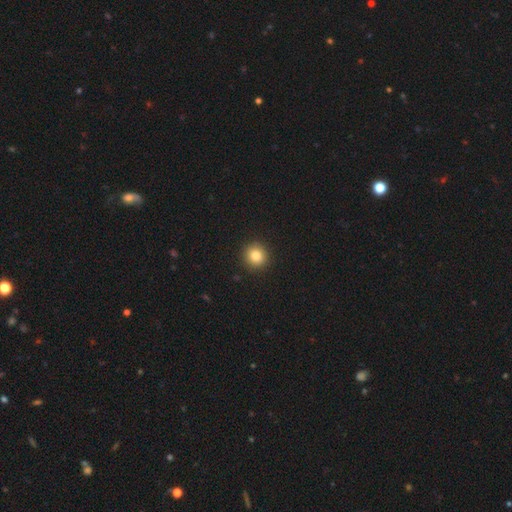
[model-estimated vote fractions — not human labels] This is clearly a smooth galaxy (83%). How rounded: clearly round (93%). Merging: clearly none (92%).